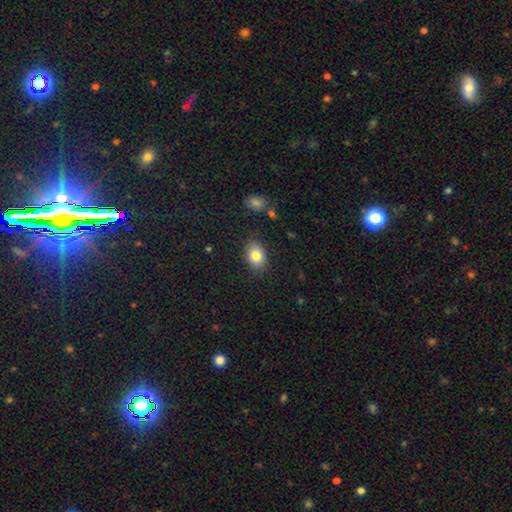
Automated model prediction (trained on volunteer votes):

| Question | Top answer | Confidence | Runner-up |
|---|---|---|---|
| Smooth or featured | smooth | 83% | featured or disk (9%) |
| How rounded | in between | 74% | round (25%) |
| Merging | none | 85% | minor disturbance (11%) |